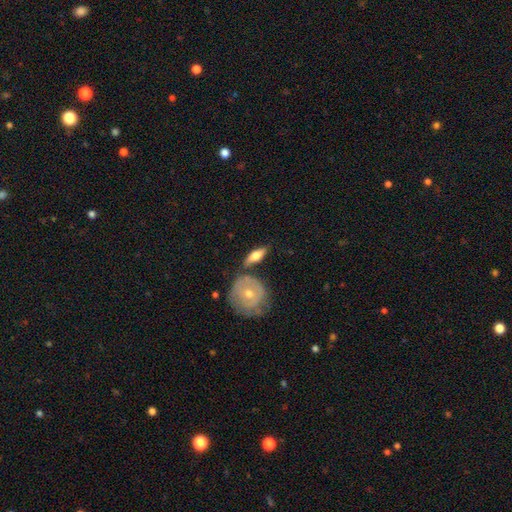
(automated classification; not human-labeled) A smooth galaxy with no disk features (52%) that is in between round and cigar-shaped (62%).

Vote fractions:
- Smooth or featured? smooth: 52% / featured or disk: 42% / star or artifact: 6%
- How rounded? in between: 62% / cigar-shaped: 29% / round: 9%
- Merging? none: 64% / minor disturbance: 17% / merger: 13% / major disturbance: 6%